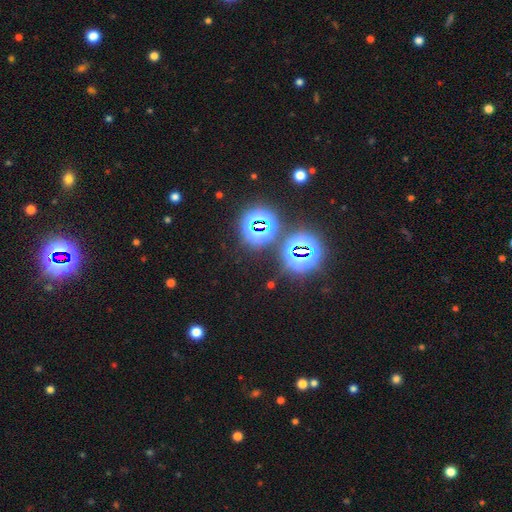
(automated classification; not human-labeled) This is clearly a star or artifact rather than a galaxy (82%).